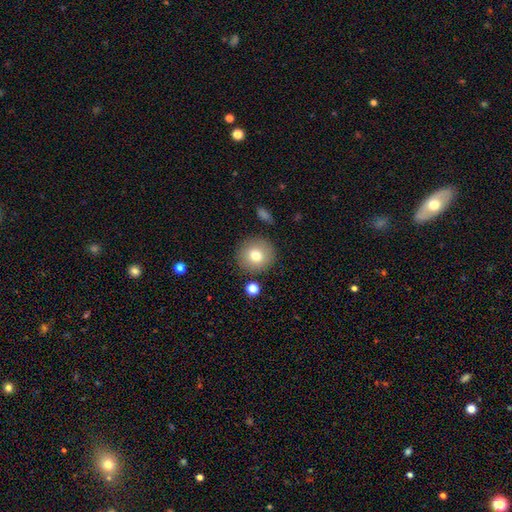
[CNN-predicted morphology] A smooth galaxy with no disk features (76%) that is round (92%).

Vote fractions:
- Smooth or featured? smooth: 76% / featured or disk: 14% / star or artifact: 9%
- How rounded? round: 92% / in between: 7% / cigar-shaped: 1%
- Merging? none: 86% / minor disturbance: 8% / merger: 3% / major disturbance: 3%